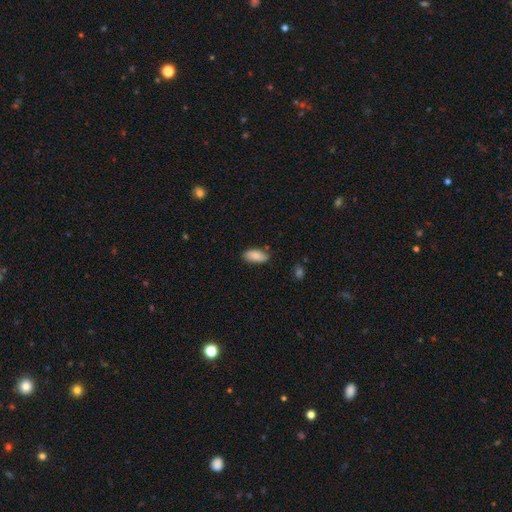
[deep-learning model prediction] A smooth galaxy with no disk features (84%) that is in between round and cigar-shaped (90%).

Vote fractions:
- Smooth or featured? smooth: 84% / featured or disk: 10% / star or artifact: 7%
- How rounded? in between: 90% / cigar-shaped: 8% / round: 2%
- Merging? none: 81% / minor disturbance: 15% / major disturbance: 3% / merger: 2%